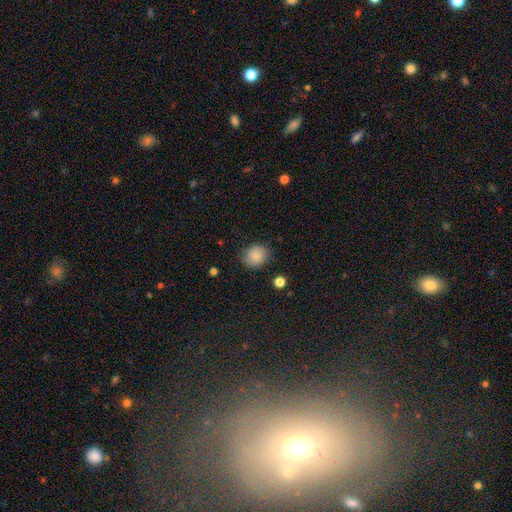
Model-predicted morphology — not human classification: Smooth or featured? Predicted: smooth (p=0.83). How rounded? Predicted: round (p=0.66). Merging? Predicted: none (p=0.80).